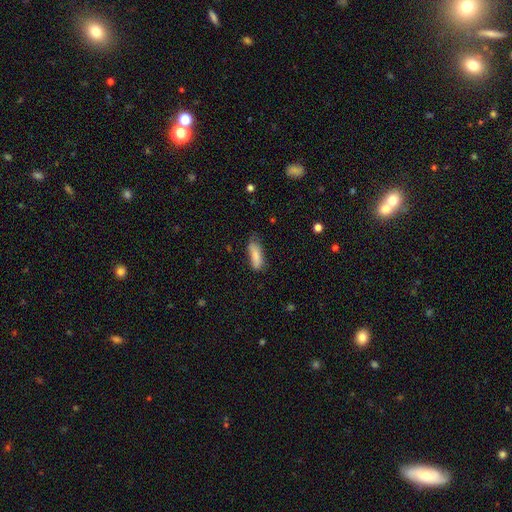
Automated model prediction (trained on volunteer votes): Overall: smooth (82%). How rounded: in between (62%; cigar-shaped 36%). Merging: none (56%; minor disturbance 32%).